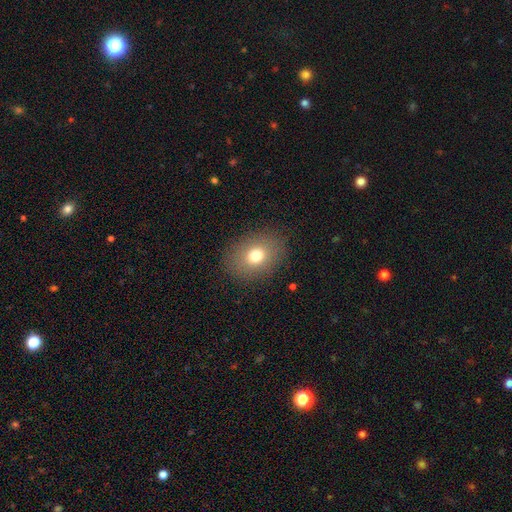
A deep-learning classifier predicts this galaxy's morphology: Smooth or featured: smooth — 74% (featured or disk — 13%)
How rounded: in between — 59% (round — 40%)
Merging: none — 87% (minor disturbance — 9%)